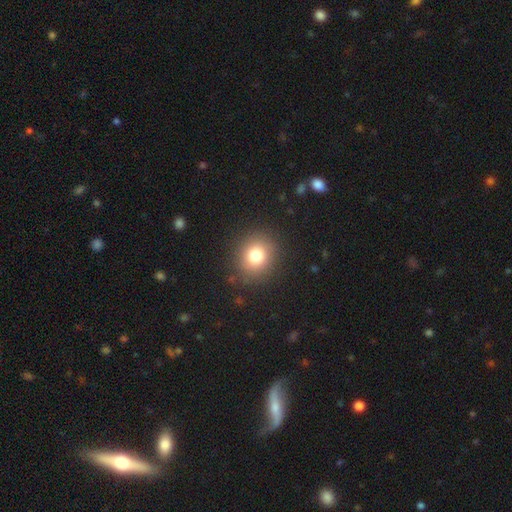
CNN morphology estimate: A smooth galaxy with no disk features (78%) that is round (81%). Merging: none (88%).